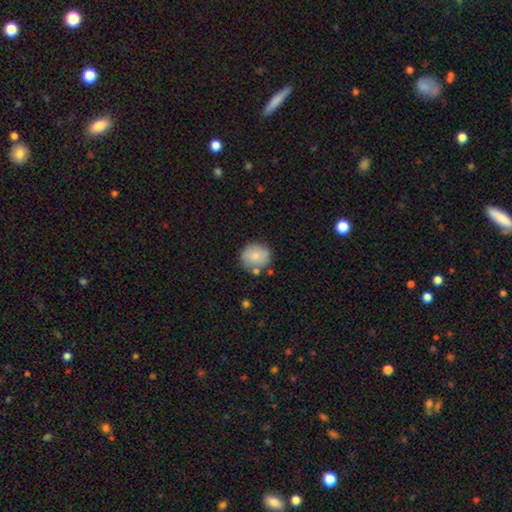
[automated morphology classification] Overall: smooth (81%). How rounded: round (84%). Merging: none (73%).